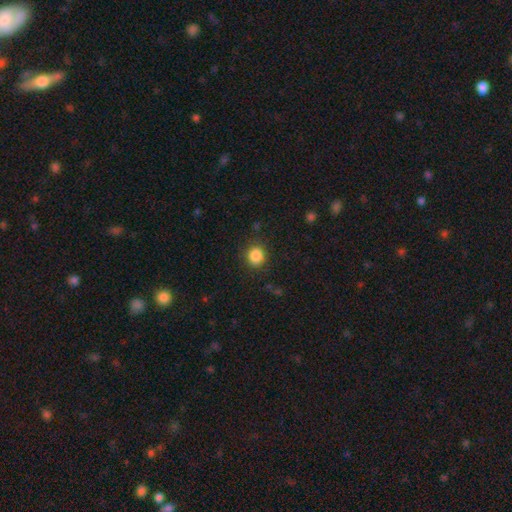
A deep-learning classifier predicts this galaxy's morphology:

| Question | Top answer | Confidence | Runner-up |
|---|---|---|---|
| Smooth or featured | smooth | 86% | star or artifact (10%) |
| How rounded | round | 79% | in between (20%) |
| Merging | none | 84% | minor disturbance (11%) |